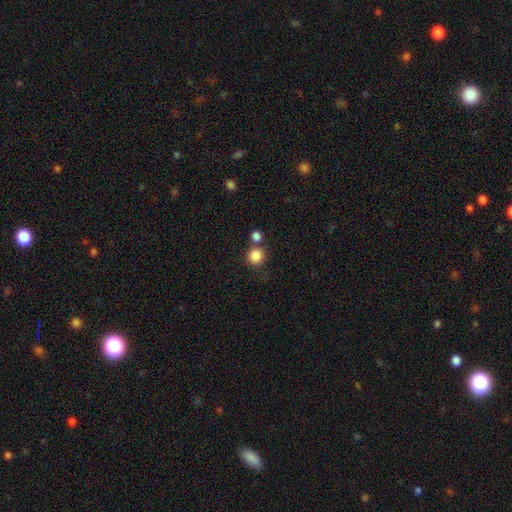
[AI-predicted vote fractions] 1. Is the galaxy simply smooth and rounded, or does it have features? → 85% smooth, 11% star or artifact, 4% featured or disk.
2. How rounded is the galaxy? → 92% round, 7% in between, 1% cigar-shaped.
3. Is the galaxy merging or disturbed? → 69% none, 19% merger, 8% minor disturbance, 3% major disturbance.